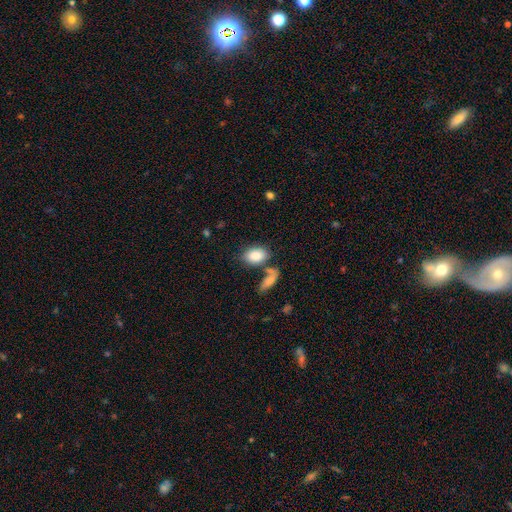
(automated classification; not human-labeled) Q: Smooth or featured?
A: smooth (84%); runner-up: featured or disk (9%)
Q: How rounded?
A: in between (86%); runner-up: round (12%)
Q: Merging?
A: none (52%); runner-up: merger (26%)